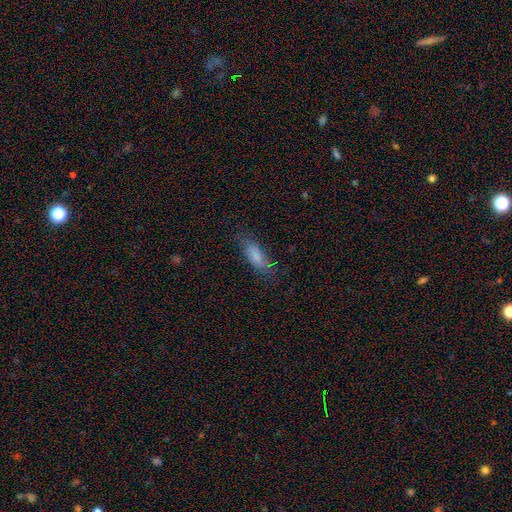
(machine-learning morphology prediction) A smooth galaxy with no disk features (79%) that is in between round and cigar-shaped (68%).

Vote fractions:
- Smooth or featured? smooth: 79% / featured or disk: 13% / star or artifact: 8%
- How rounded? in between: 68% / cigar-shaped: 30% / round: 2%
- Merging? none: 68% / minor disturbance: 22% / major disturbance: 9% / merger: 2%